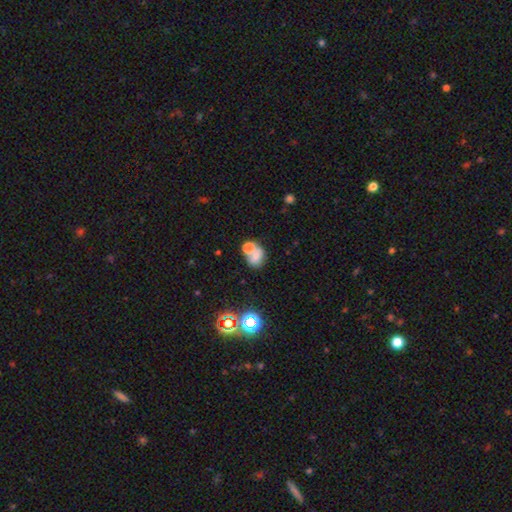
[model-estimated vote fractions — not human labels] Smooth or featured? Predicted: smooth (p=0.65). How rounded? Predicted: in between (p=0.50). Merging? Predicted: merger (p=0.50).